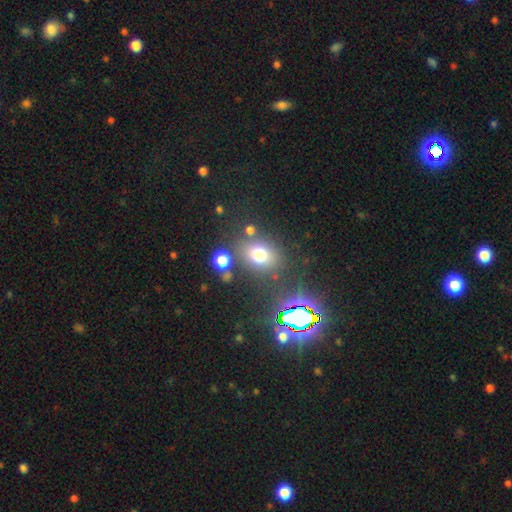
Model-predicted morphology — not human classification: This is likely a smooth galaxy (65%). How rounded: possibly in between (53%). Merging: likely none (75%).